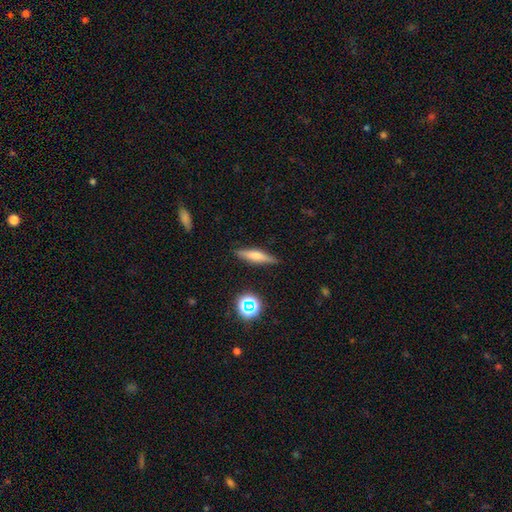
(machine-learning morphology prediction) smooth 56%, featured or disk 34%, star or artifact 10%. Down the decision tree: how rounded — cigar-shaped (79%); merging — none (87%).